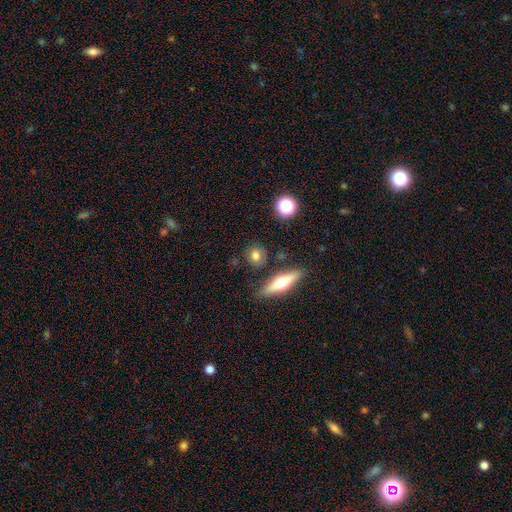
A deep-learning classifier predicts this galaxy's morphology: Smooth or featured? Predicted: smooth (p=0.72). How rounded? Predicted: round (p=0.70). Merging? Predicted: none (p=0.82).